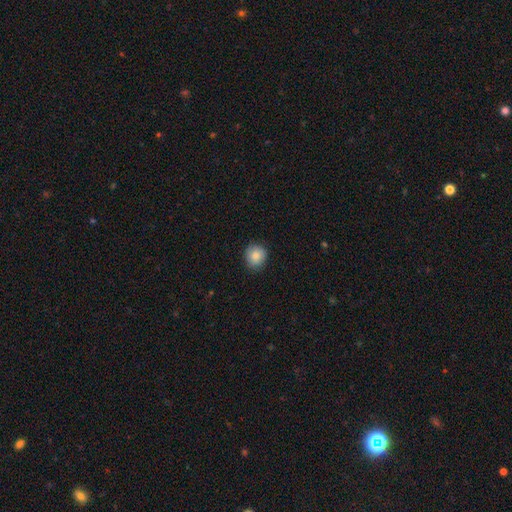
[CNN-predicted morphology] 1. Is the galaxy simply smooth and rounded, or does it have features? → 85% smooth, 8% star or artifact, 7% featured or disk.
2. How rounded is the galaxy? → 83% round, 16% in between, 1% cigar-shaped.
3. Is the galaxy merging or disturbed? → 86% none, 11% minor disturbance, 2% major disturbance, 1% merger.